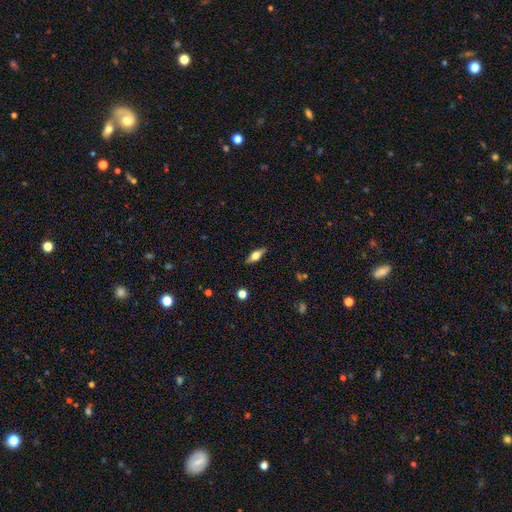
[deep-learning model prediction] This is possibly a featured or disk galaxy (51%). It is clearly viewed edge-on (92%). Merging: clearly none (87%).